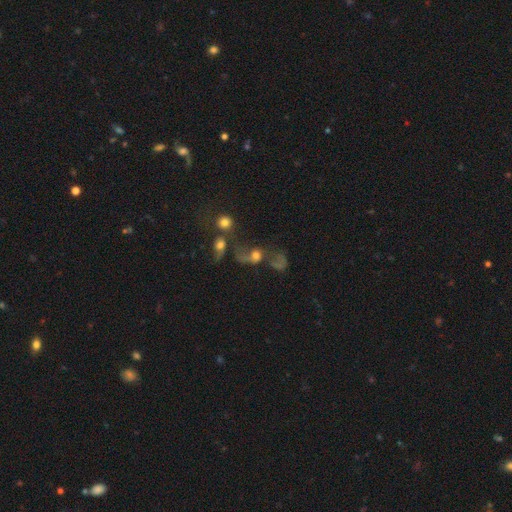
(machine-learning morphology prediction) A smooth galaxy with no disk features (44%).

Vote fractions:
- Smooth or featured? smooth: 44% / featured or disk: 38% / star or artifact: 19%
- Merging? merger: 42% / major disturbance: 27% / none: 21% / minor disturbance: 10%